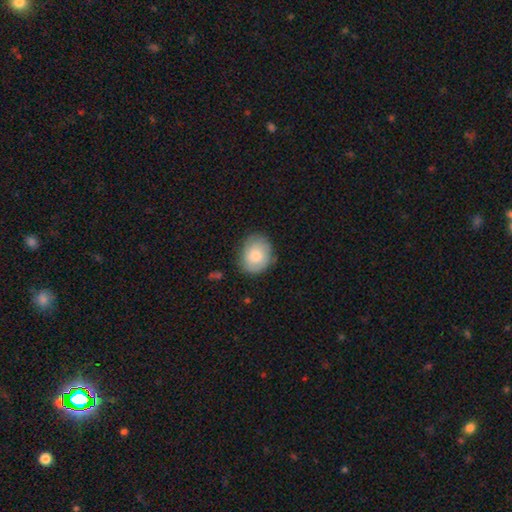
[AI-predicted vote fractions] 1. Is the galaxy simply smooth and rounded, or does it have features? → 77% smooth, 17% featured or disk, 7% star or artifact.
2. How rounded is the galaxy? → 53% round, 46% in between, 1% cigar-shaped.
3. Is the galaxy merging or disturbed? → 74% none, 20% minor disturbance, 4% major disturbance, 2% merger.